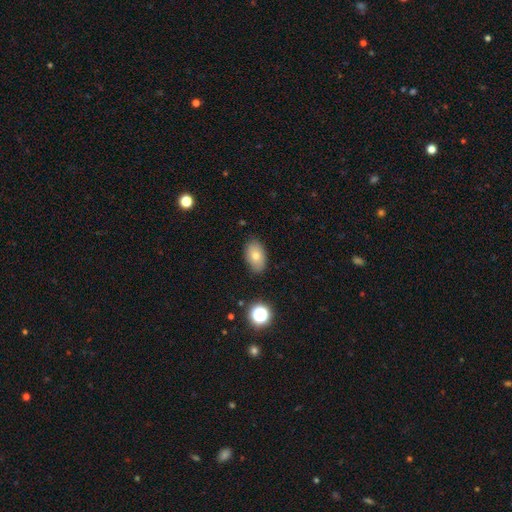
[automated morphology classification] smooth 75%, featured or disk 15%, star or artifact 10%. Down the decision tree: how rounded — in between (89%); merging — none (82%).